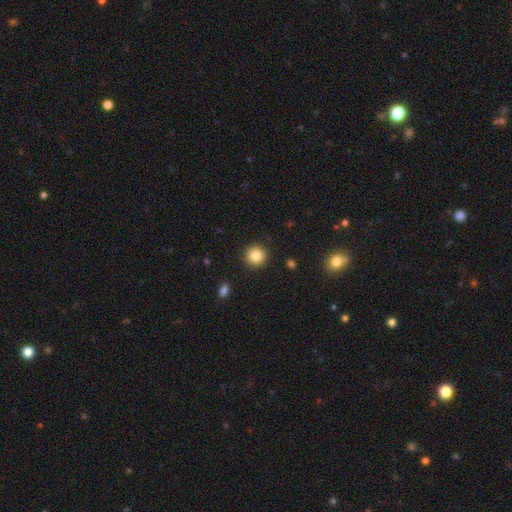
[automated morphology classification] A smooth galaxy with no disk features (83%) that is round (94%). Merging: none (92%).